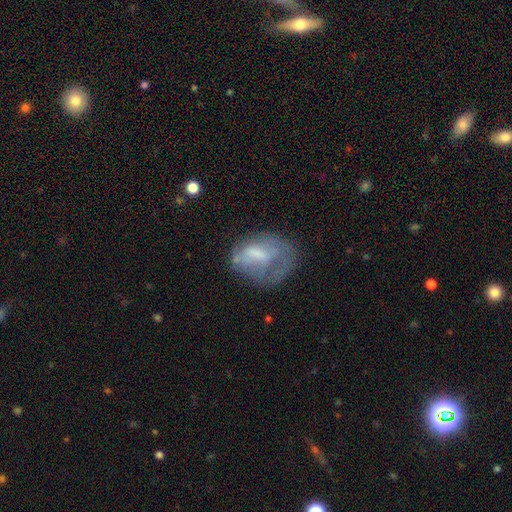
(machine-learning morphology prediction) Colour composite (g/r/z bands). It shows a smooth galaxy with no disk features (45%). Merging: none (42%).